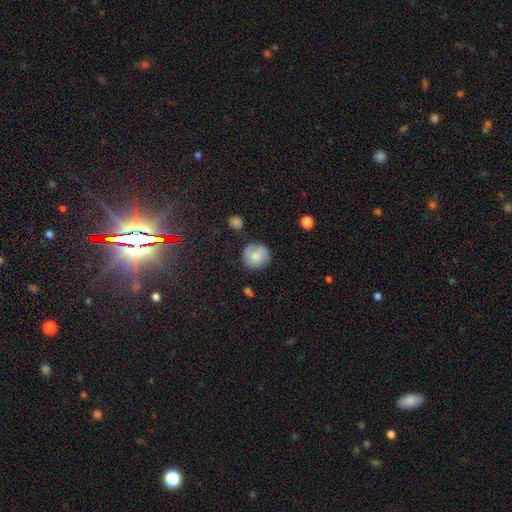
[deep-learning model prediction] smooth_or_featured: smooth (p=0.71) [alt: featured or disk p=0.20]
how_rounded: round (p=0.89) [alt: in between p=0.10]
merging: none (p=0.72) [alt: minor disturbance p=0.19]